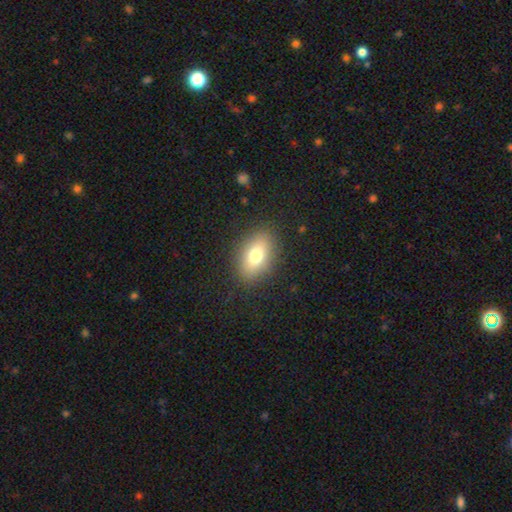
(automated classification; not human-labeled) smooth 75%, featured or disk 15%, star or artifact 10%. Down the decision tree: how rounded — in between (83%); merging — none (86%).